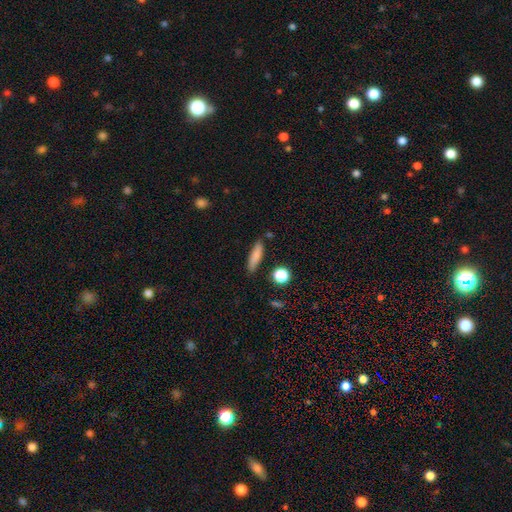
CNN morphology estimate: A smooth galaxy with no disk features (79%) that is cigar-shaped (68%). Merging: none (81%).